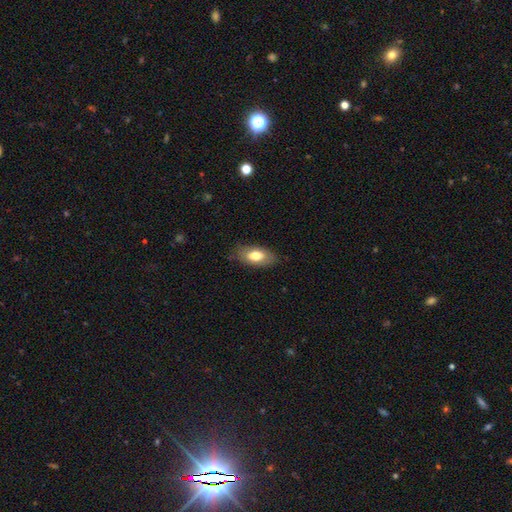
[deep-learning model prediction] A smooth galaxy with no disk features (70%) that is in between round and cigar-shaped (90%). Merging: none (80%).